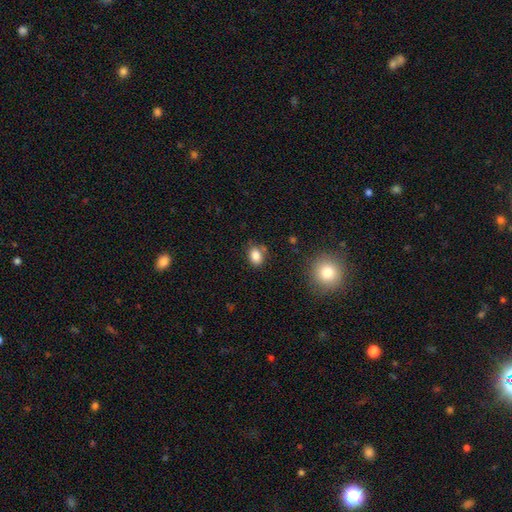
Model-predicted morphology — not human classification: Smooth or featured? smooth (84%)
How rounded? in between (71%)
Merging? none (71%)